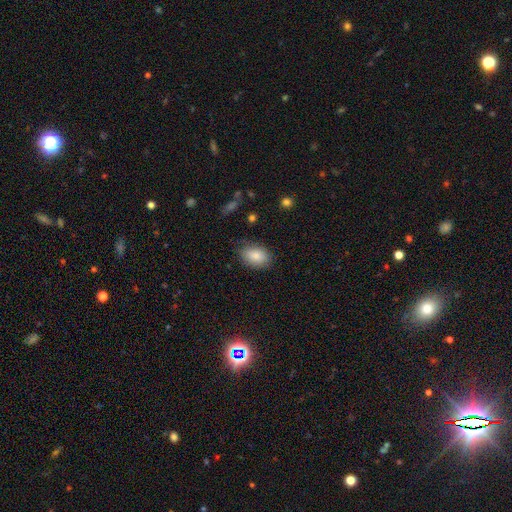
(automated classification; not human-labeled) smooth_or_featured: smooth (p=0.85) [alt: featured or disk p=0.07]
how_rounded: in between (p=0.85) [alt: round p=0.13]
merging: none (p=0.79) [alt: minor disturbance p=0.16]